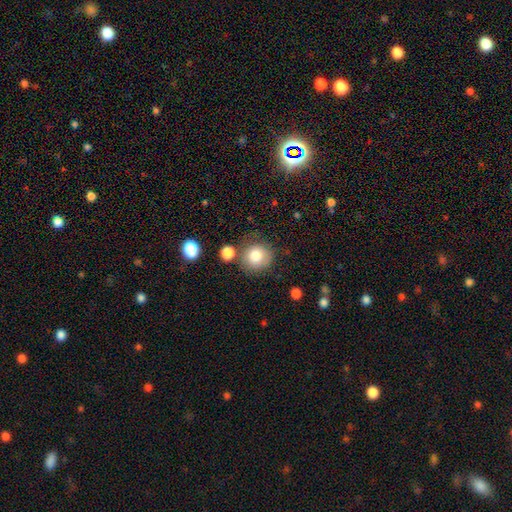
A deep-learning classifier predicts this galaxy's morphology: Smooth or featured: smooth — 81% (featured or disk — 10%)
How rounded: round — 87% (in between — 12%)
Merging: none — 69% (minor disturbance — 16%)